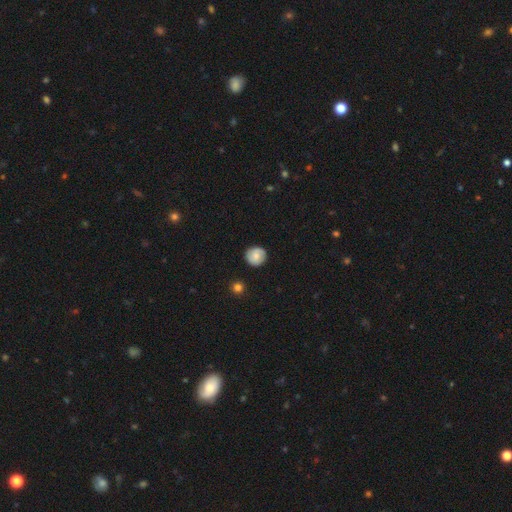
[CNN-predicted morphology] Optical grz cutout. It shows a smooth galaxy with no disk features (67%) that is round (90%). Merging: none (86%).